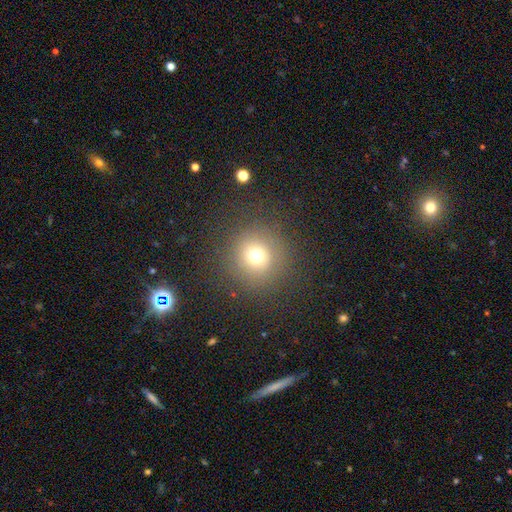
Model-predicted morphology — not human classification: Smooth or featured: smooth — 70% (star or artifact — 19%)
How rounded: round — 94% (in between — 5%)
Merging: none — 86% (minor disturbance — 7%)